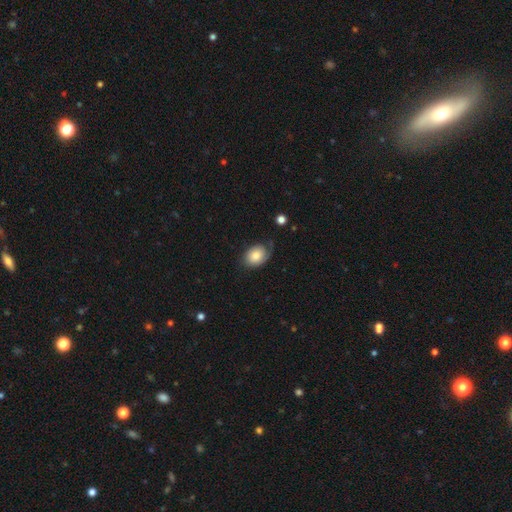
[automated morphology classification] This is likely a smooth galaxy (73%). How rounded: likely in between (72%). Merging: possibly none (60%).